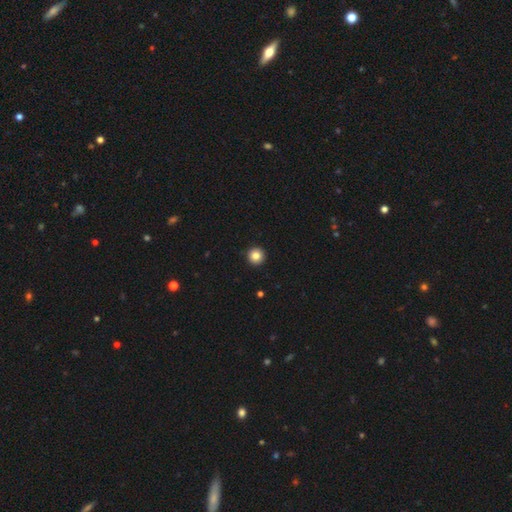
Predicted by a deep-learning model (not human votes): A smooth galaxy with no disk features (84%) that is round (96%).

Vote fractions:
- Smooth or featured? smooth: 84% / star or artifact: 10% / featured or disk: 6%
- How rounded? round: 96% / in between: 3% / cigar-shaped: 1%
- Merging? none: 94% / minor disturbance: 4% / major disturbance: 1% / merger: 1%